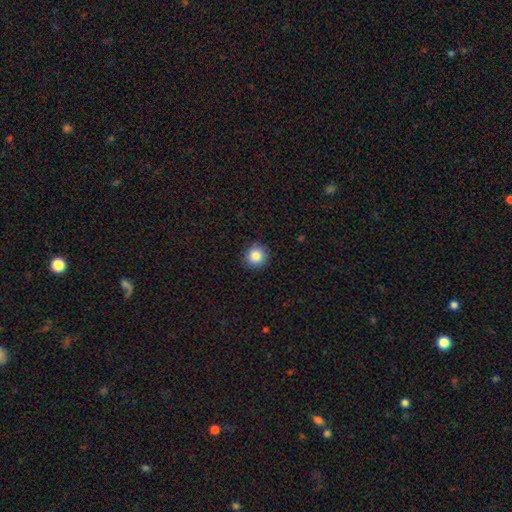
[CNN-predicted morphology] Smooth or featured?
  - smooth: 84% *
  - star or artifact: 10%
  - featured or disk: 6%
How rounded?
  - round: 93% *
  - in between: 6%
  - cigar-shaped: 1%
Merging?
  - none: 90% *
  - minor disturbance: 7%
  - major disturbance: 2%
  - merger: 1%